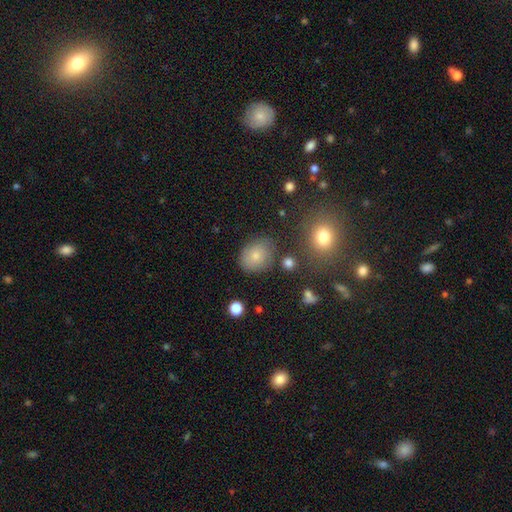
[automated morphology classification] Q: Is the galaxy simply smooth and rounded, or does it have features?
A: smooth — 75%.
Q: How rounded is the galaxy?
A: in between — 54%.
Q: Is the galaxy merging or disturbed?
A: none — 75%.